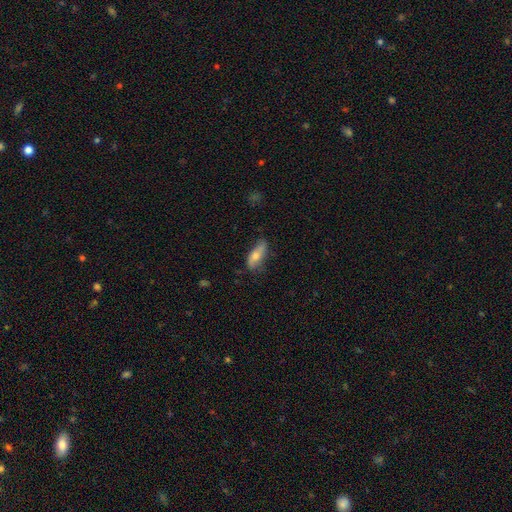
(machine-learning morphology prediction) A smooth galaxy with no disk features (64%) that is in between round and cigar-shaped (73%). Merging: none (66%).